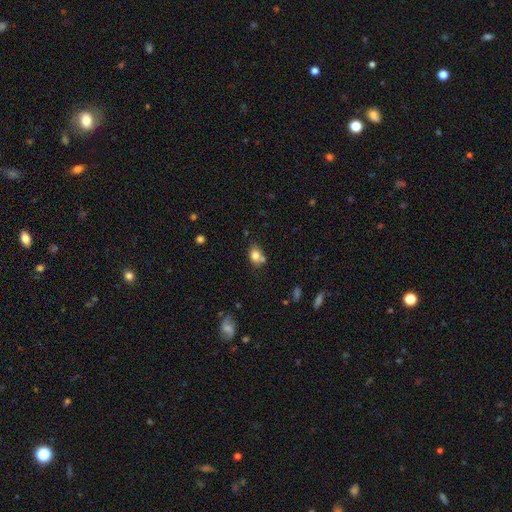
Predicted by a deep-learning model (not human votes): Q: Smooth or featured?
A: smooth (79%); runner-up: star or artifact (11%)
Q: How rounded?
A: in between (55%); runner-up: round (44%)
Q: Merging?
A: none (53%); runner-up: merger (25%)